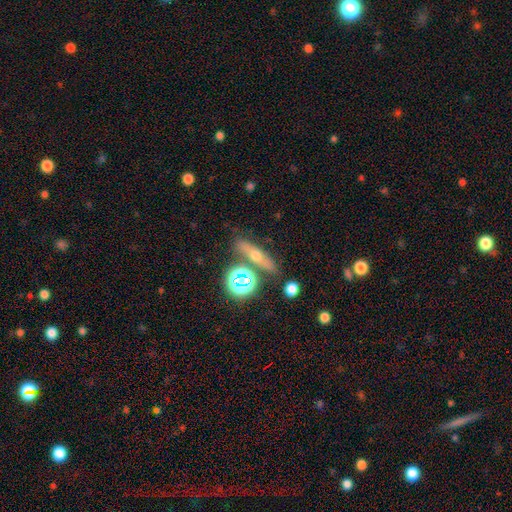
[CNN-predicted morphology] smooth 44%, featured or disk 37%, star or artifact 19%. Down the decision tree: merging — none (75%).